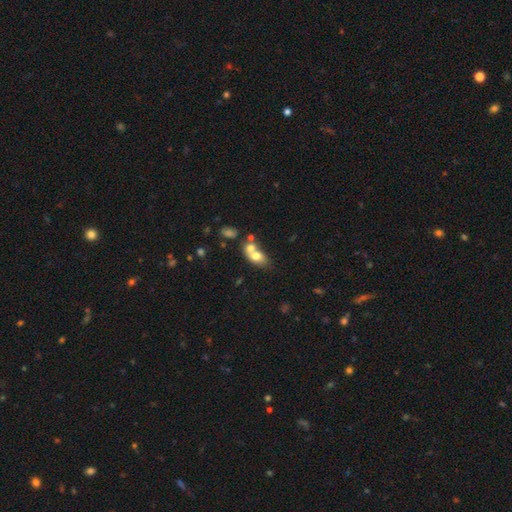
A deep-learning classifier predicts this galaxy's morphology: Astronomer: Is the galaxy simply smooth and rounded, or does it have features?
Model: smooth — 70%.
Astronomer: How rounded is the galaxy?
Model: in between — 73%.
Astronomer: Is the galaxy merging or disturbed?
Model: merger — 63%.